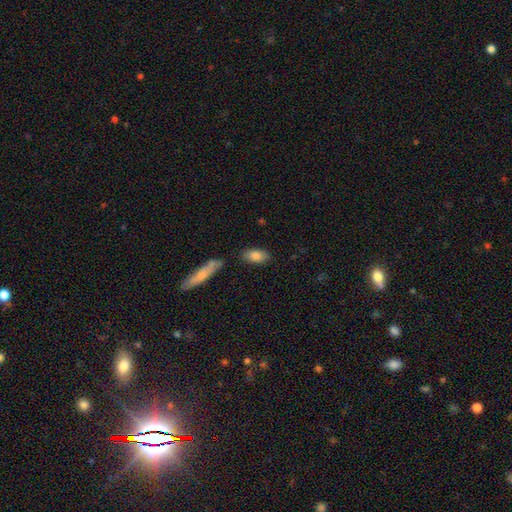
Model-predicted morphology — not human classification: Smooth or featured? smooth (82%)
How rounded? in between (88%)
Merging? none (79%)